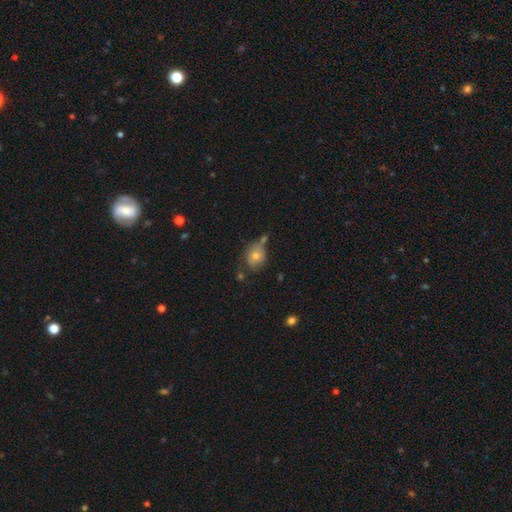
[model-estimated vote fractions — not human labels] Q: Smooth or featured?
A: smooth (71%); runner-up: featured or disk (18%)
Q: How rounded?
A: round (61%); runner-up: in between (38%)
Q: Merging?
A: none (52%); runner-up: minor disturbance (23%)